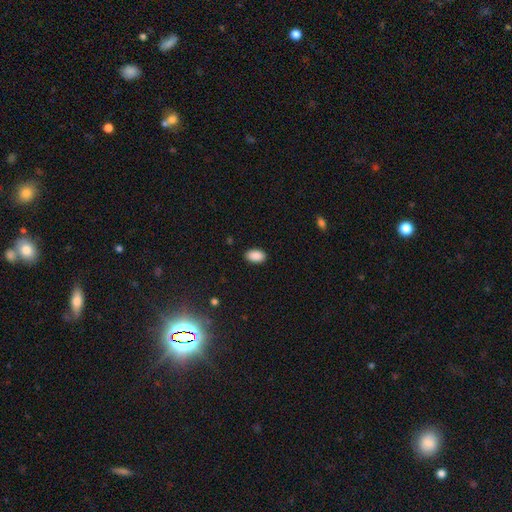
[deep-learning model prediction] This is clearly a smooth galaxy (90%). How rounded: clearly in between (93%). Merging: clearly none (89%).